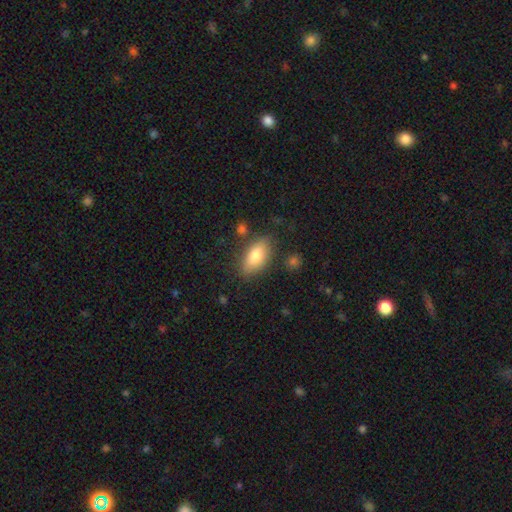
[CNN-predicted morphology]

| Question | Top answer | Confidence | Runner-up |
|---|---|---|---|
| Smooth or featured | smooth | 74% | featured or disk (19%) |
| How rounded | in between | 84% | cigar-shaped (12%) |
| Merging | none | 78% | minor disturbance (15%) |